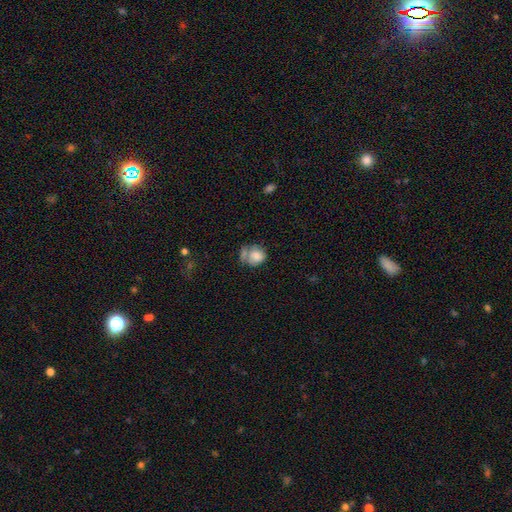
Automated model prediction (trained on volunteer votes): This appears to be a smooth galaxy with no disk features (74%) that is round (72%). Merging: none (38%).